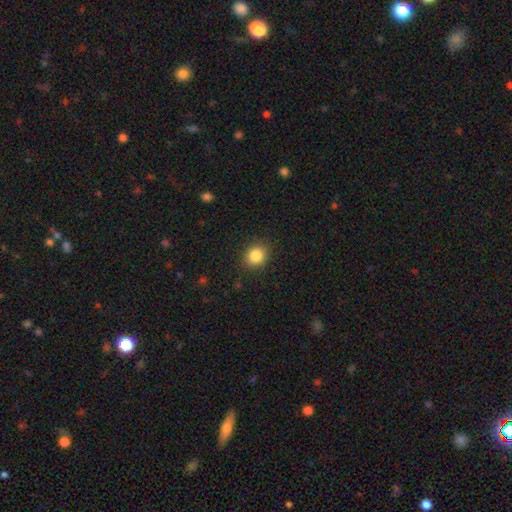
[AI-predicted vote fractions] Smooth or featured?
  - smooth: 85% *
  - star or artifact: 10%
  - featured or disk: 5%
How rounded?
  - round: 68% *
  - in between: 31%
  - cigar-shaped: 1%
Merging?
  - none: 88% *
  - minor disturbance: 9%
  - major disturbance: 3%
  - merger: 1%